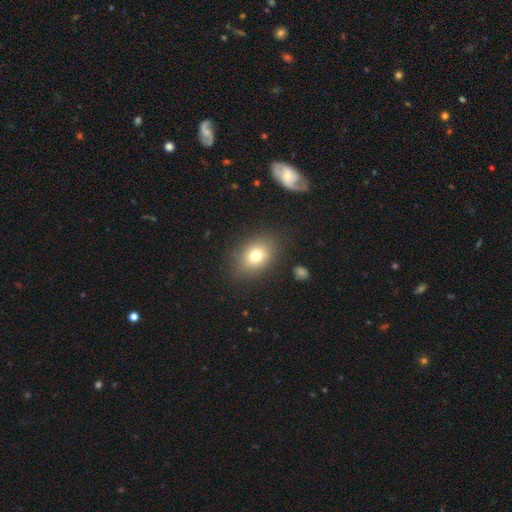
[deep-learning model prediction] Smooth or featured? Predicted: smooth (p=0.76). How rounded? Predicted: in between (p=0.65). Merging? Predicted: none (p=0.82).